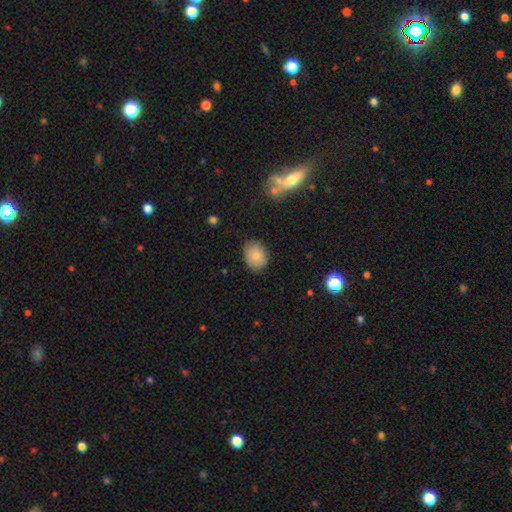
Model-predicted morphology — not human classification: This appears to be a smooth galaxy with no disk features (80%) that is in between round and cigar-shaped (62%). Merging: none (83%).